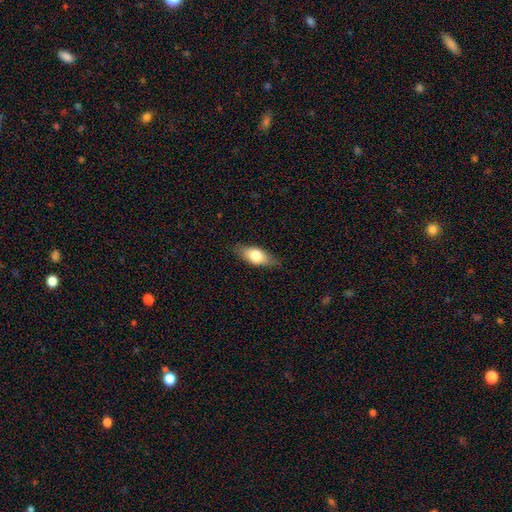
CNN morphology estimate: A smooth galaxy with no disk features (70%) that is in between round and cigar-shaped (80%). Merging: none (79%).